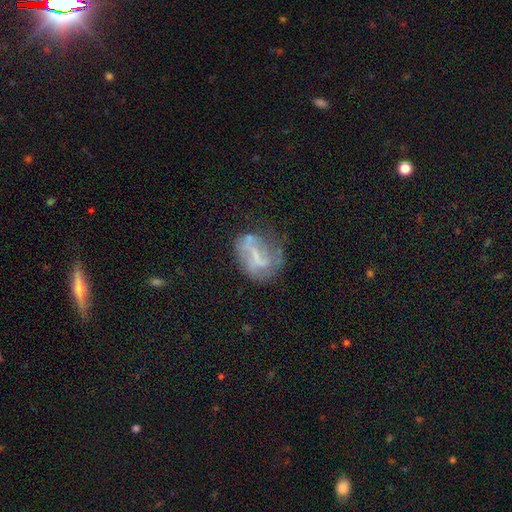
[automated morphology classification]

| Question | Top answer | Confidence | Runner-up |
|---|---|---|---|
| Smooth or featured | featured or disk | 61% | smooth (28%) |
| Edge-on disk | no | 96% | yes (4%) |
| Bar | weak | 39% | no (34%) |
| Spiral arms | no | 54% | yes (46%) |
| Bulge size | none | 47% | small (32%) |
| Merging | none | 44% | minor disturbance (25%) |